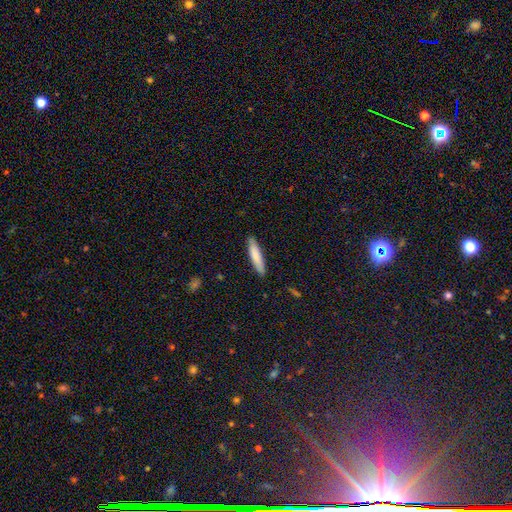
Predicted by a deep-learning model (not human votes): smooth-or-featured: smooth: 80% | featured or disk: 15% | star or artifact: 5%
  how-rounded: cigar-shaped: 84% | in between: 14% | round: 1%
  merging: none: 88% | minor disturbance: 9% | major disturbance: 2% | merger: 1%